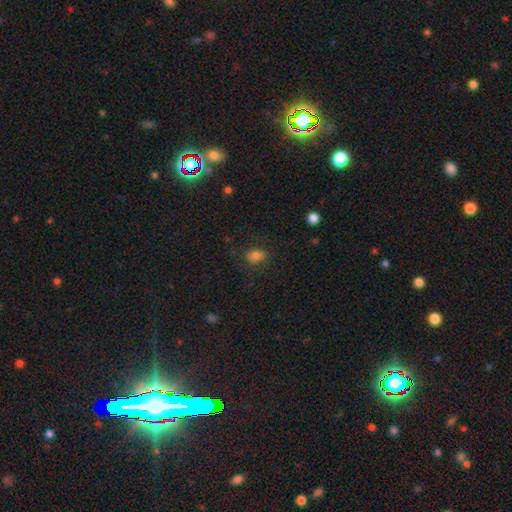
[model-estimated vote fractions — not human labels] A smooth galaxy with no disk features (81%) that is in between round and cigar-shaped (77%).

Vote fractions:
- Smooth or featured? smooth: 81% / star or artifact: 12% / featured or disk: 7%
- How rounded? in between: 77% / round: 21% / cigar-shaped: 2%
- Merging? none: 82% / minor disturbance: 13% / major disturbance: 4% / merger: 1%